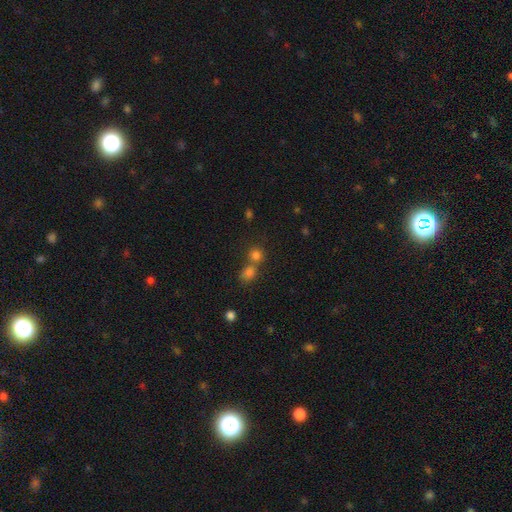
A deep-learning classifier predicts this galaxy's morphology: Q: Smooth or featured?
A: smooth (77%); runner-up: star or artifact (16%)
Q: How rounded?
A: round (84%); runner-up: in between (15%)
Q: Merging?
A: none (50%); runner-up: merger (40%)